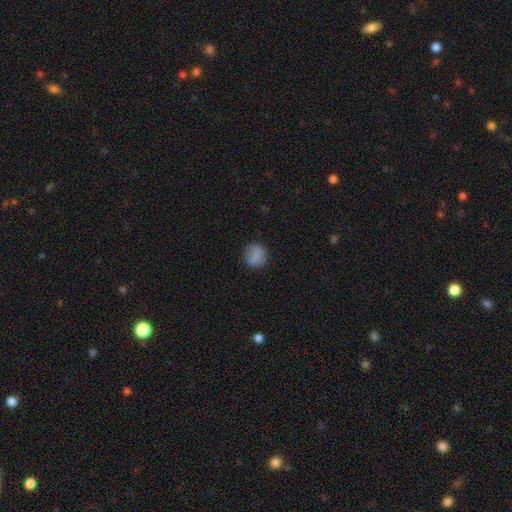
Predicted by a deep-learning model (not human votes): Morphology: type=smooth (79%); roundness=round (85%); merging=none (79%).